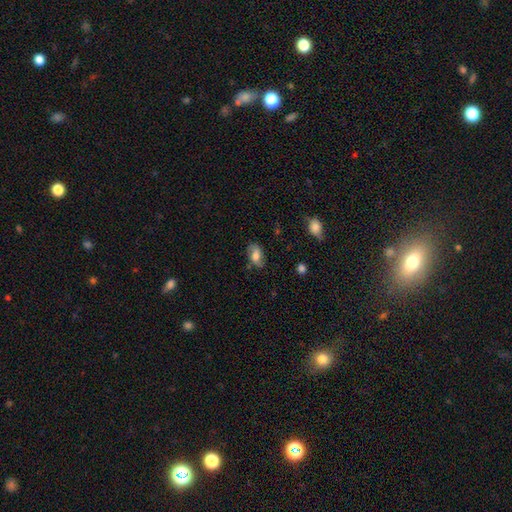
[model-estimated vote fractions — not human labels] Q: Smooth or featured?
A: smooth (58%); runner-up: featured or disk (34%)
Q: How rounded?
A: in between (88%); runner-up: round (9%)
Q: Merging?
A: none (70%); runner-up: minor disturbance (21%)